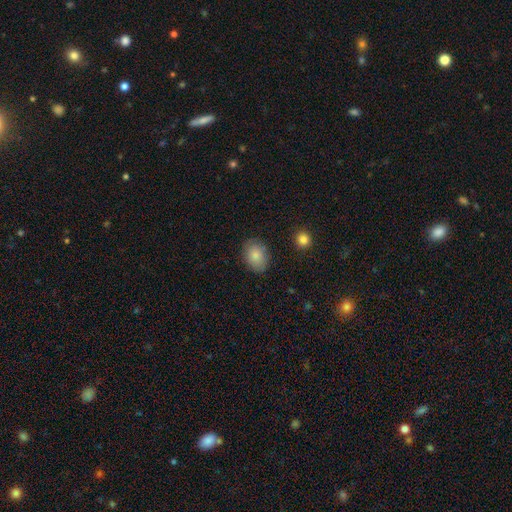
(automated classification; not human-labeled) A smooth galaxy with no disk features (85%) that is in between round and cigar-shaped (67%).

Vote fractions:
- Smooth or featured? smooth: 85% / featured or disk: 8% / star or artifact: 7%
- How rounded? in between: 67% / round: 32% / cigar-shaped: 1%
- Merging? none: 83% / minor disturbance: 12% / major disturbance: 3% / merger: 2%